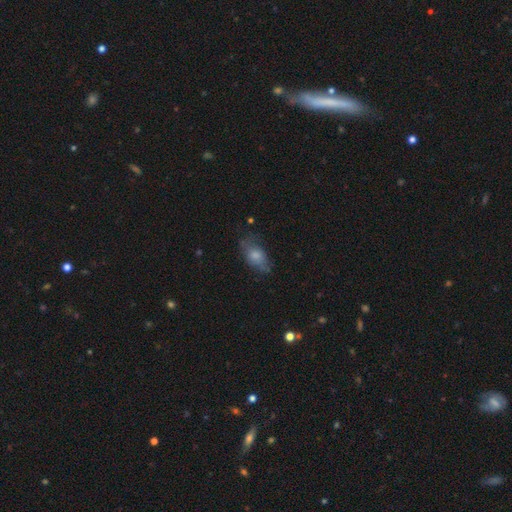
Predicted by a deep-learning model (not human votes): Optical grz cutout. It shows a smooth galaxy with no disk features (68%) that is in between round and cigar-shaped (87%). Merging: none (53%).